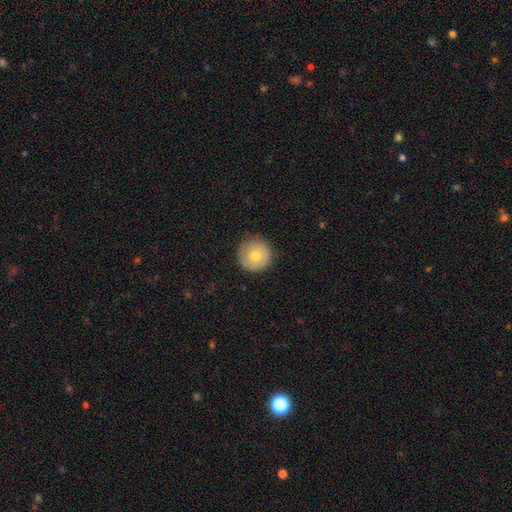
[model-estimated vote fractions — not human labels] This appears to be a smooth galaxy with no disk features (71%) that is round (96%). Merging: none (88%).